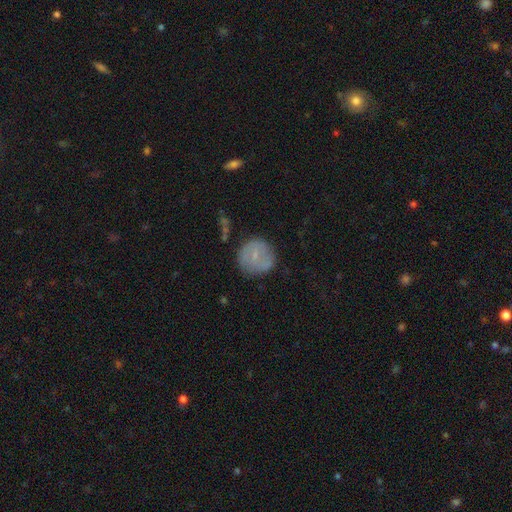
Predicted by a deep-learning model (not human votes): Smooth or featured?
  - smooth: 57% *
  - featured or disk: 34%
  - star or artifact: 9%
How rounded?
  - round: 90% *
  - in between: 8%
  - cigar-shaped: 1%
Merging?
  - none: 76% *
  - minor disturbance: 16%
  - major disturbance: 5%
  - merger: 2%